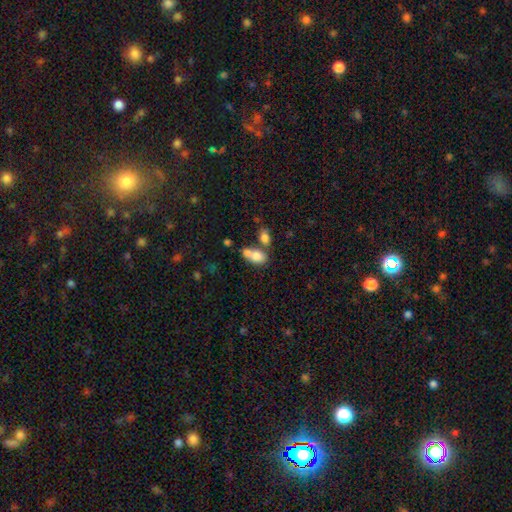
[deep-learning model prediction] Overall: smooth (76%). How rounded: in between (81%). Merging: merger (56%; none 28%).